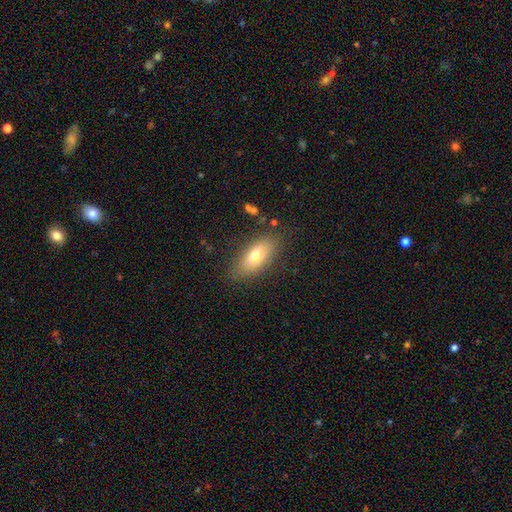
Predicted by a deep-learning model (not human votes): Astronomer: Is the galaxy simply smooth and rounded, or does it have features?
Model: smooth — 66%.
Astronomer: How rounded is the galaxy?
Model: in between — 78%.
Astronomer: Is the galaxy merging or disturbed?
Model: none — 81%.